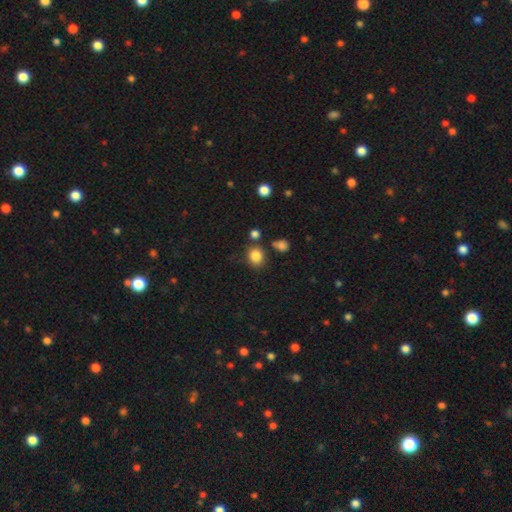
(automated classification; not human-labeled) Smooth or featured? Predicted: smooth (p=0.84). How rounded? Predicted: round (p=0.72). Merging? Predicted: none (p=0.76).